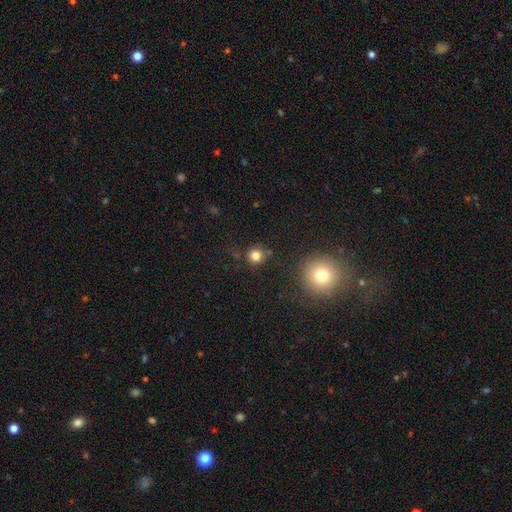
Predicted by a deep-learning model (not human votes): The model was most divided on "smooth or featured": smooth: 80%, star or artifact: 14%, featured or disk: 6%. More confident: how rounded — round (92%); merging — none (81%).